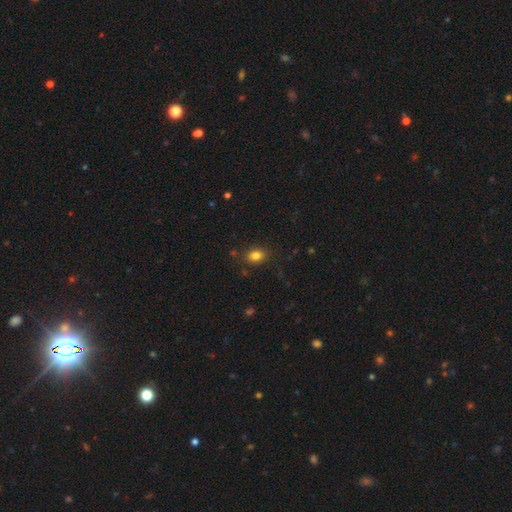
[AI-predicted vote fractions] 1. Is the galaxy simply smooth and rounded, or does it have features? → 83% smooth, 12% star or artifact, 6% featured or disk.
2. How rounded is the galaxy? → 67% in between, 32% round, 1% cigar-shaped.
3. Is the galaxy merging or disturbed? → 84% none, 11% minor disturbance, 3% major disturbance, 2% merger.